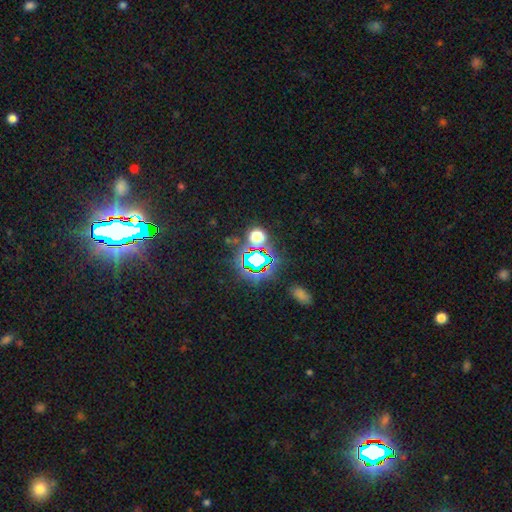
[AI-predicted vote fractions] The model was most divided on "smooth or featured": star or artifact: 81%, smooth: 12%, featured or disk: 7%.